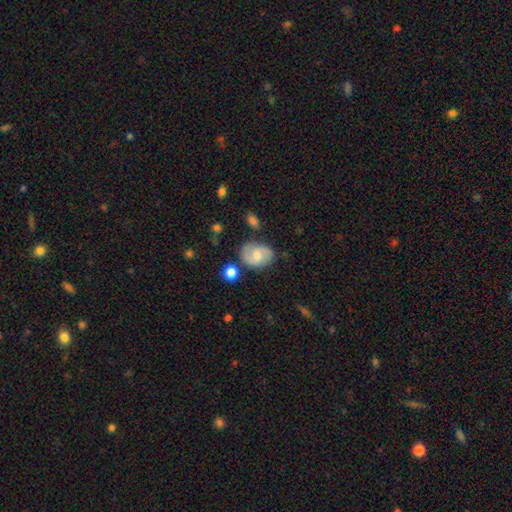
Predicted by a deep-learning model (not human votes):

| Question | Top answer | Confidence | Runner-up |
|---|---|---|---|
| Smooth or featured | featured or disk | 55% | smooth (38%) |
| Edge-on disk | no | 97% | yes (3%) |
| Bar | no | 49% | weak (44%) |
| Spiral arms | yes | 87% | no (13%) |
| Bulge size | moderate | 53% | small (34%) |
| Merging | none | 73% | minor disturbance (18%) |